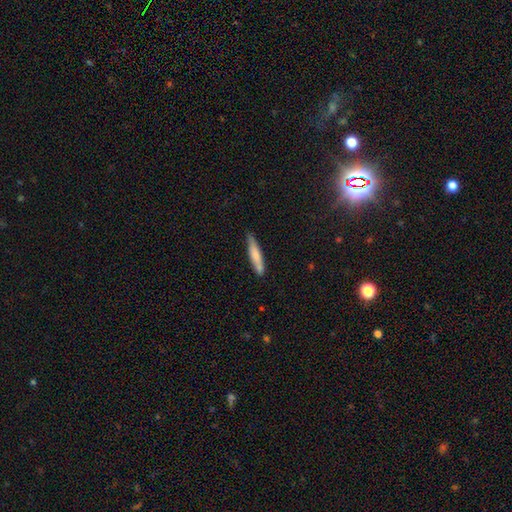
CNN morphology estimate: smooth_or_featured: smooth (p=0.73) [alt: featured or disk p=0.21]
how_rounded: cigar-shaped (p=0.88) [alt: in between p=0.10]
merging: none (p=0.77) [alt: minor disturbance p=0.18]